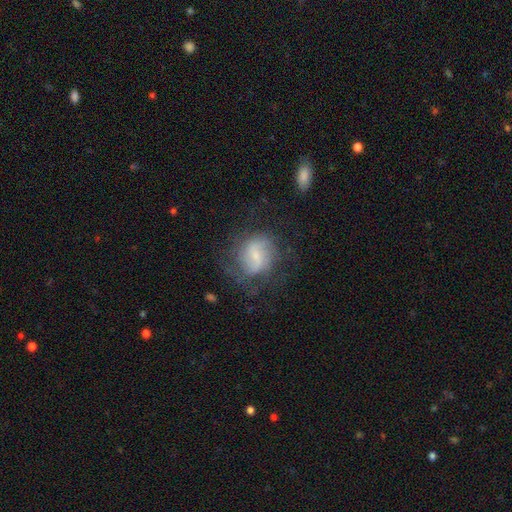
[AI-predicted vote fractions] Morphology: type=featured or disk (58%); edge-on=no (97%); bar=weak (53%); spiral arms=yes (81%); bulge=small (57%); merging=none (59%).